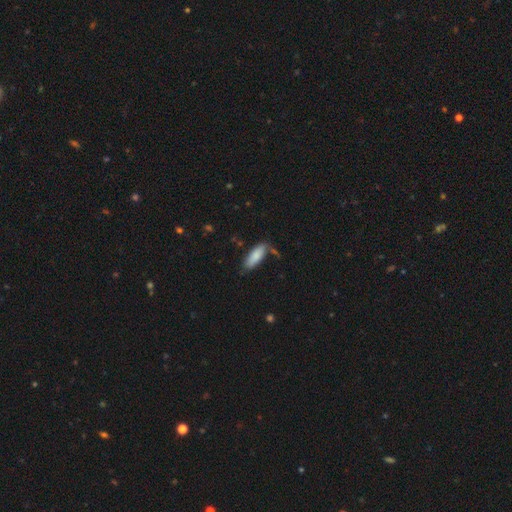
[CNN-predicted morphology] smooth_or_featured: smooth (p=0.83) [alt: featured or disk p=0.11]
how_rounded: in between (p=0.65) [alt: cigar-shaped p=0.34]
merging: none (p=0.68) [alt: minor disturbance p=0.21]